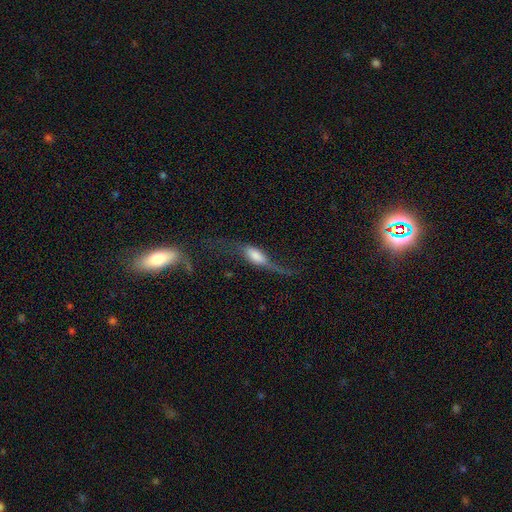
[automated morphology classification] smooth_or_featured: featured or disk (p=0.56) [alt: smooth p=0.35]
disk_edge_on: no (p=0.54) [alt: yes p=0.46]
merging: major disturbance (p=0.42) [alt: none p=0.30]